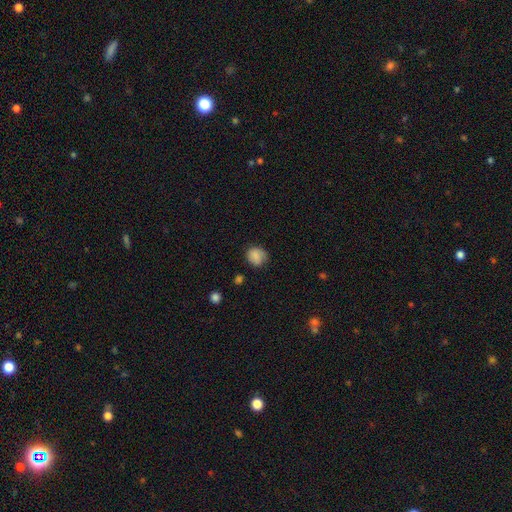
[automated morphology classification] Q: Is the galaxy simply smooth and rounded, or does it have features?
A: smooth — 81%.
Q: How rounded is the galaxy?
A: round — 76%.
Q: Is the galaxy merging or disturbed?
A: none — 69%.